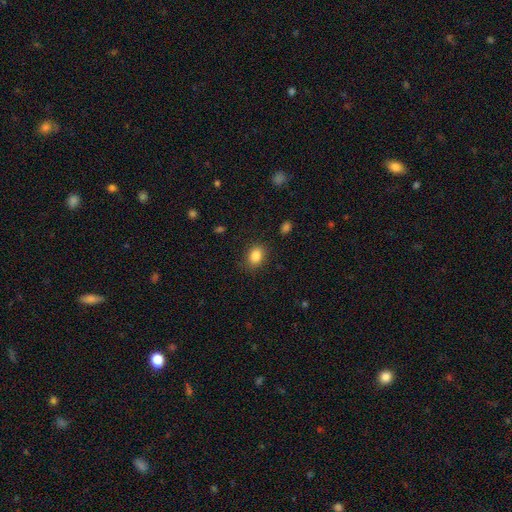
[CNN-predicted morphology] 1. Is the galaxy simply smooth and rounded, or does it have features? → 85% smooth, 10% star or artifact, 5% featured or disk.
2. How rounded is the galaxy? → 65% in between, 34% round, 1% cigar-shaped.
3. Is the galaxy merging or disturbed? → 85% none, 11% minor disturbance, 3% major disturbance, 1% merger.